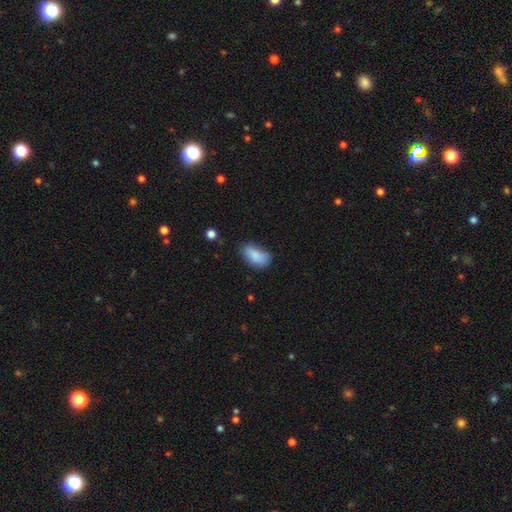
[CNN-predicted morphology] Smooth or featured?
  - smooth: 85% *
  - featured or disk: 7%
  - star or artifact: 7%
How rounded?
  - in between: 91% *
  - round: 5%
  - cigar-shaped: 4%
Merging?
  - none: 64% *
  - minor disturbance: 27%
  - major disturbance: 6%
  - merger: 3%